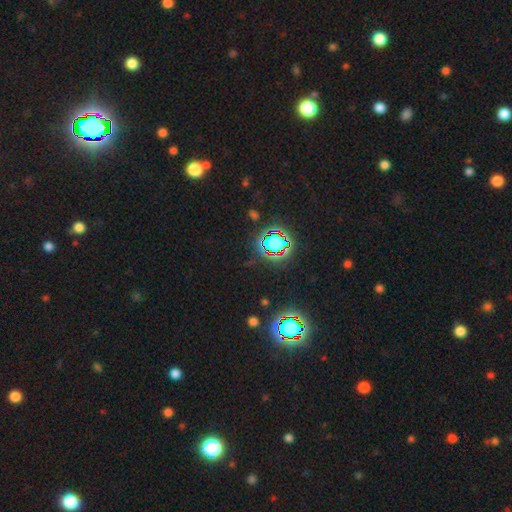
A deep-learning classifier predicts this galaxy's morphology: A star or artifact, not a galaxy (81%).